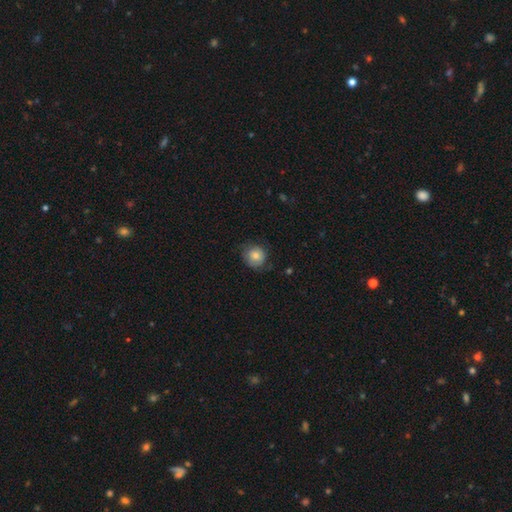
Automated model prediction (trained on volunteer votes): smooth_or_featured: smooth (p=0.79) [alt: featured or disk p=0.13]
how_rounded: round (p=0.85) [alt: in between p=0.14]
merging: none (p=0.69) [alt: minor disturbance p=0.23]